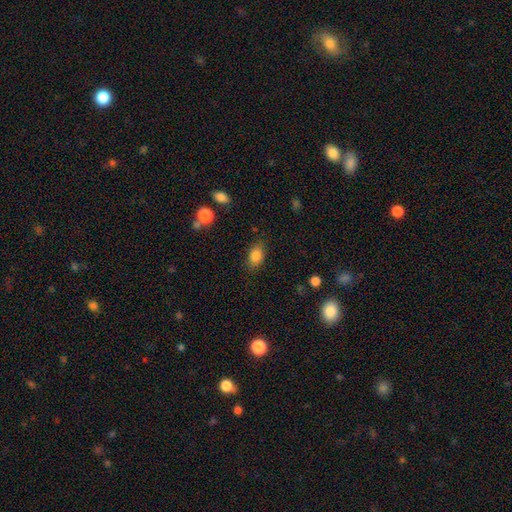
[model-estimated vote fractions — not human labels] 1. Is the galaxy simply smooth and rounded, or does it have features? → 85% smooth, 9% star or artifact, 6% featured or disk.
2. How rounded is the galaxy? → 80% in between, 18% round, 2% cigar-shaped.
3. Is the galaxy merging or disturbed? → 82% none, 13% minor disturbance, 4% major disturbance, 1% merger.